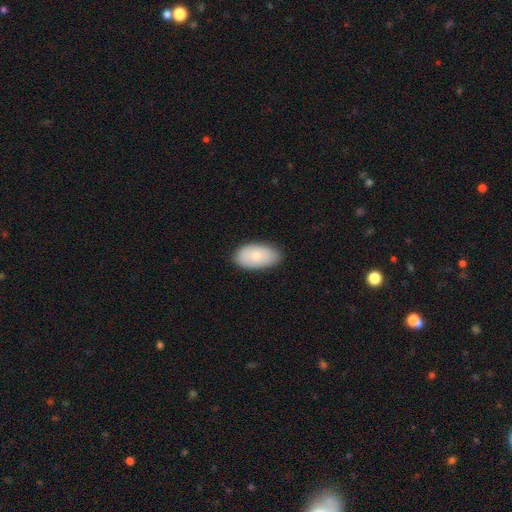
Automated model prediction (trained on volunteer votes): Q: Smooth or featured?
A: smooth (78%); runner-up: featured or disk (16%)
Q: How rounded?
A: in between (94%); runner-up: round (4%)
Q: Merging?
A: none (82%); runner-up: minor disturbance (15%)